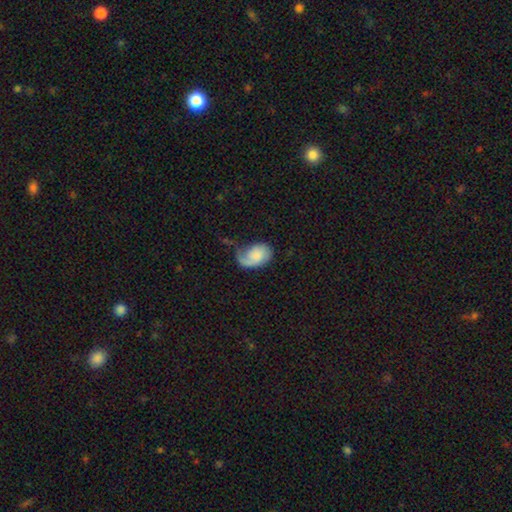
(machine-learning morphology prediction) Smooth or featured? Predicted: smooth (p=0.51). How rounded? Predicted: in between (p=0.83). Merging? Predicted: none (p=0.37).